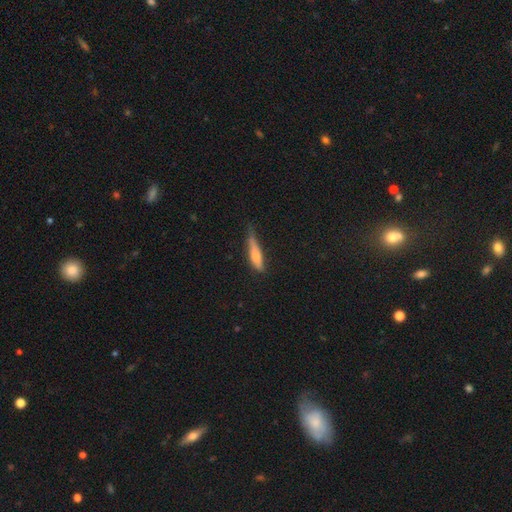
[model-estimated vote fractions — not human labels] smooth-or-featured: smooth: 68% | featured or disk: 25% | star or artifact: 7%
  how-rounded: cigar-shaped: 80% | in between: 18% | round: 2%
  merging: none: 47% | minor disturbance: 40% | major disturbance: 11% | merger: 2%